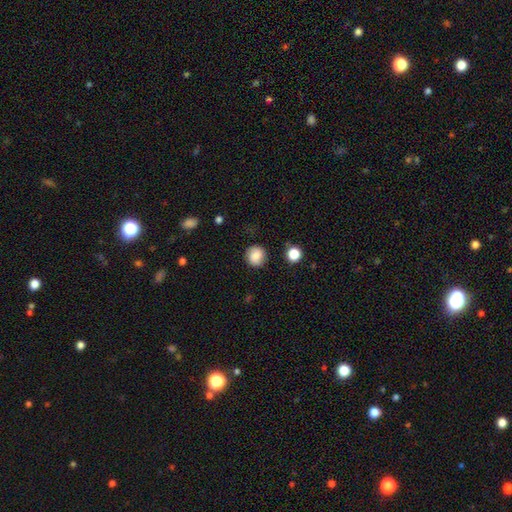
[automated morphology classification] Q: Smooth or featured?
A: smooth (83%); runner-up: star or artifact (9%)
Q: How rounded?
A: round (87%); runner-up: in between (12%)
Q: Merging?
A: none (84%); runner-up: minor disturbance (11%)